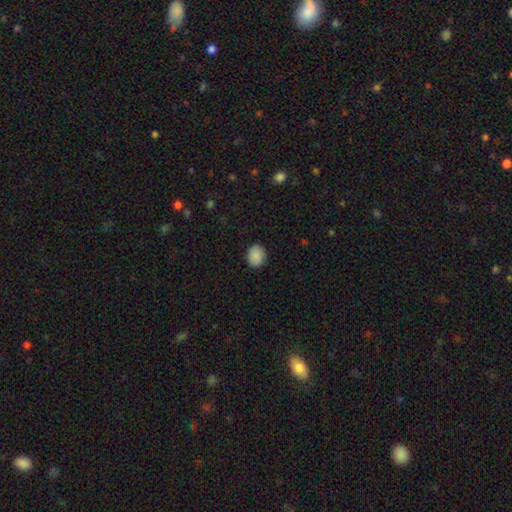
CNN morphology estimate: smooth-or-featured: smooth: 89% | star or artifact: 8% | featured or disk: 3%
  how-rounded: round: 65% | in between: 34% | cigar-shaped: 1%
  merging: none: 86% | minor disturbance: 10% | major disturbance: 2% | merger: 1%